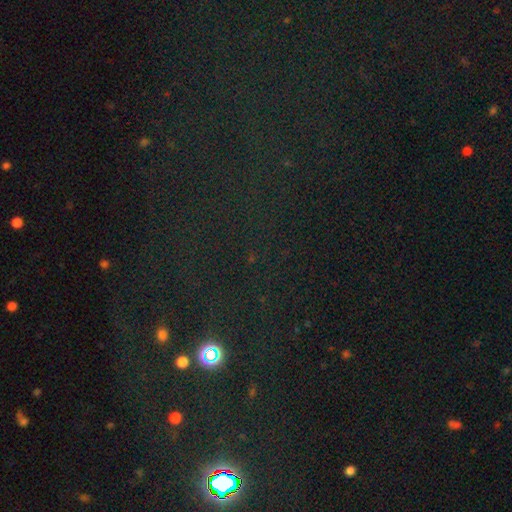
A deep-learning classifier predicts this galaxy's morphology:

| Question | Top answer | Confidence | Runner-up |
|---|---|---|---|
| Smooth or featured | star or artifact | 78% | smooth (15%) |